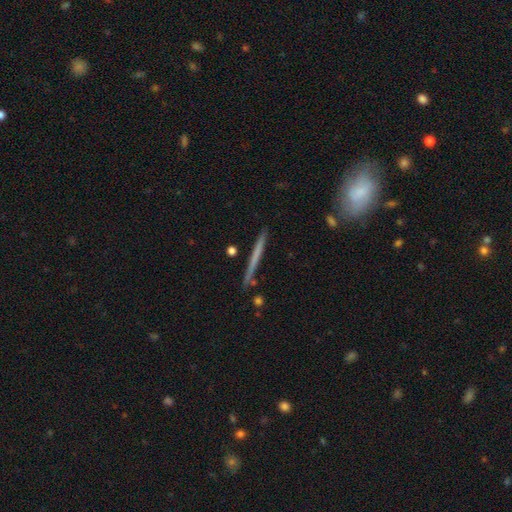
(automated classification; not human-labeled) Smooth or featured: smooth — 47% (tied with featured or disk — 47%)
Merging: none — 86% (minor disturbance — 9%)